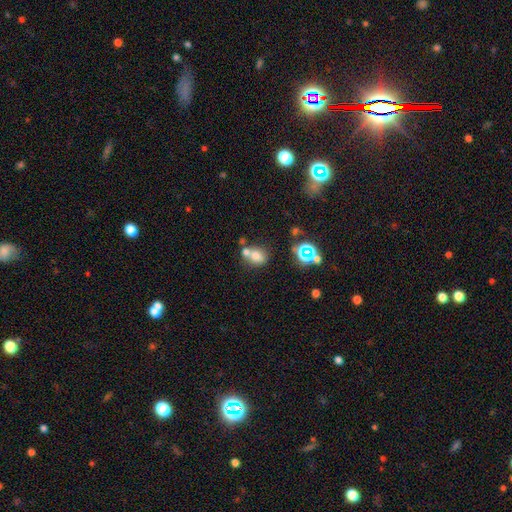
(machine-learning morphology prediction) smooth_or_featured: smooth (p=0.70) [alt: star or artifact p=0.17]
how_rounded: round (p=0.59) [alt: in between p=0.40]
merging: none (p=0.45) [alt: merger p=0.38]